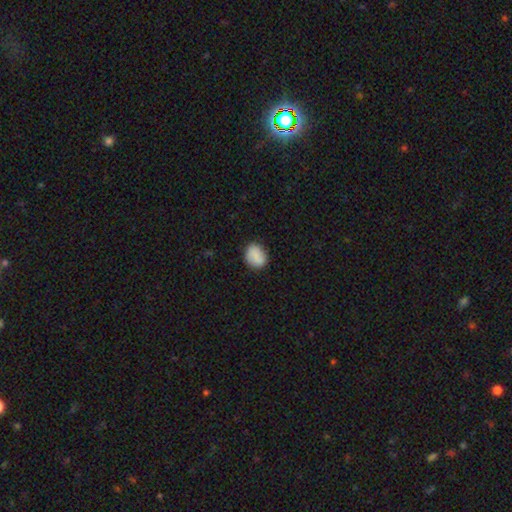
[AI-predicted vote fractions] The model was most divided on "how rounded": round: 51%, in between: 47%, cigar-shaped: 1%. More confident: merging — none (81%); smooth or featured — smooth (76%).